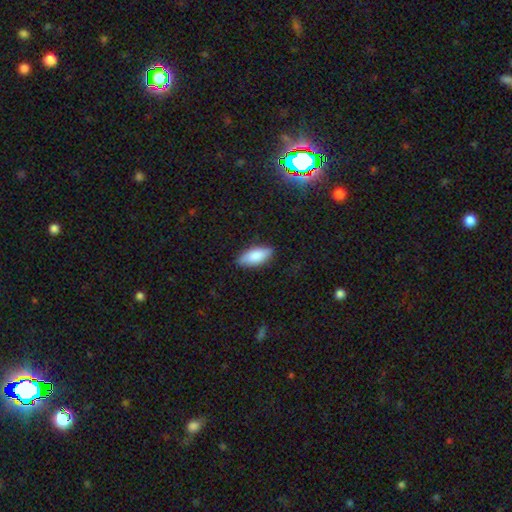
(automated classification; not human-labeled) This appears to be a smooth galaxy with no disk features (84%) that is in between round and cigar-shaped (83%). Merging: none (85%).